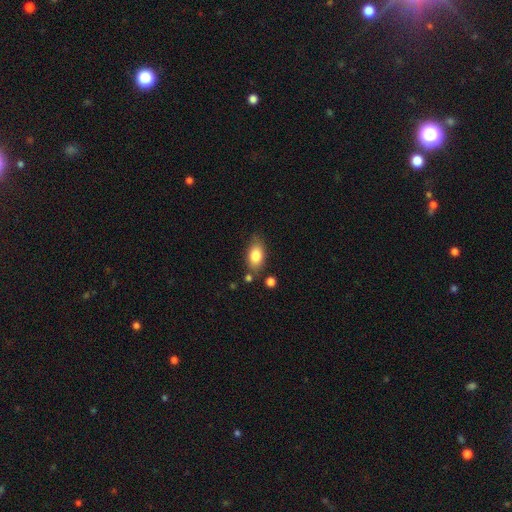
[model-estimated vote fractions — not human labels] Smooth or featured?
  - smooth: 82% *
  - featured or disk: 11%
  - star or artifact: 8%
How rounded?
  - in between: 87% *
  - round: 8%
  - cigar-shaped: 4%
Merging?
  - none: 72% *
  - minor disturbance: 17%
  - merger: 7%
  - major disturbance: 4%